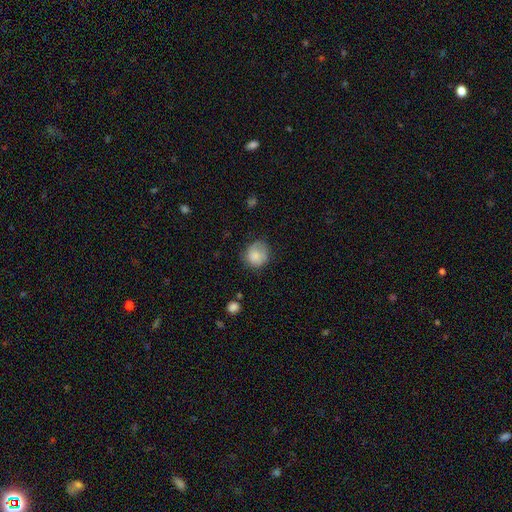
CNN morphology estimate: Smooth or featured: smooth — 81% (featured or disk — 11%)
How rounded: round — 80% (in between — 19%)
Merging: none — 60% (minor disturbance — 28%)